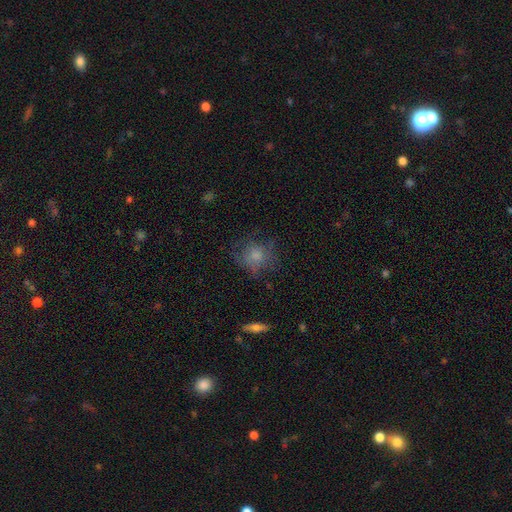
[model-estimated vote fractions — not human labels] Overall: smooth (65%). How rounded: round (77%). Merging: none (59%; minor disturbance 22%).